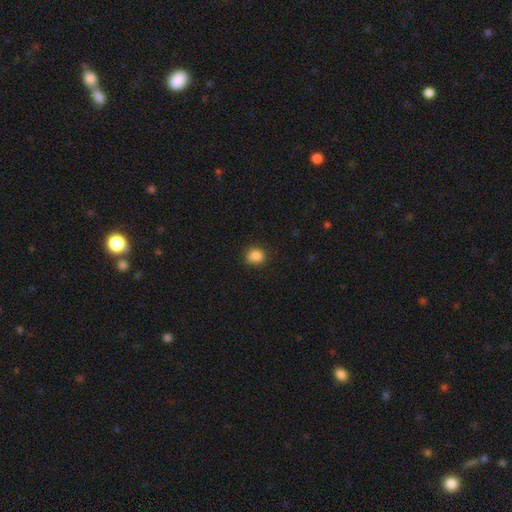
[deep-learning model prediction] A smooth galaxy with no disk features (85%) that is round (74%). Merging: none (83%).